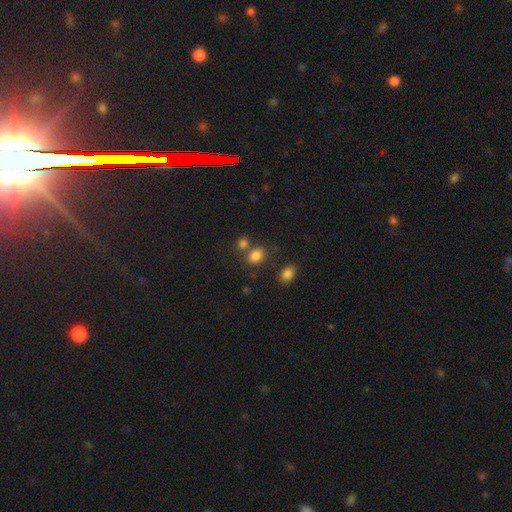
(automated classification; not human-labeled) This is clearly a smooth galaxy (82%). How rounded: possibly in between (57%). Merging: likely none (64%).